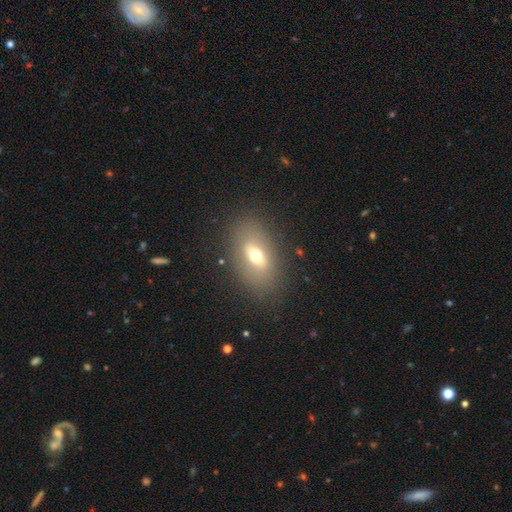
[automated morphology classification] Overall: smooth (57%; featured or disk 30%). How rounded: in between (81%). Merging: none (82%).